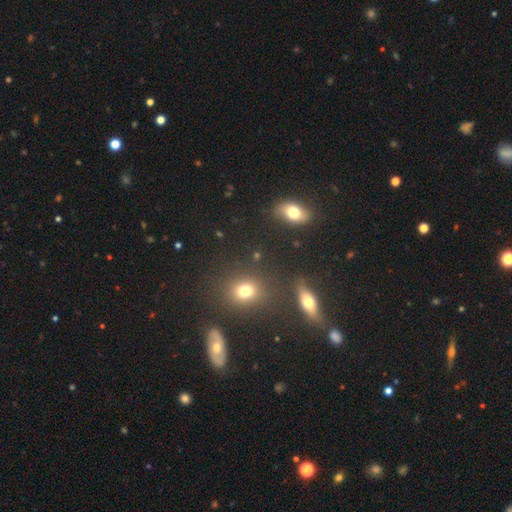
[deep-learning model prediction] The model was most divided on "how rounded": round: 47%, in between: 46%, cigar-shaped: 7%. More confident: merging — none (78%); smooth or featured — smooth (55%).